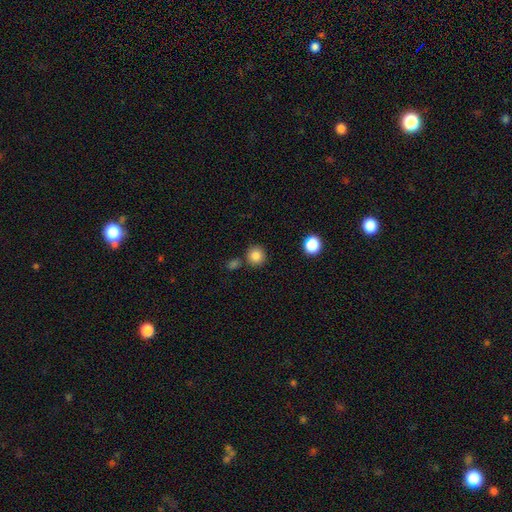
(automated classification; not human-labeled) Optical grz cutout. It shows a smooth galaxy with no disk features (84%) that is round (93%). Merging: none (82%).